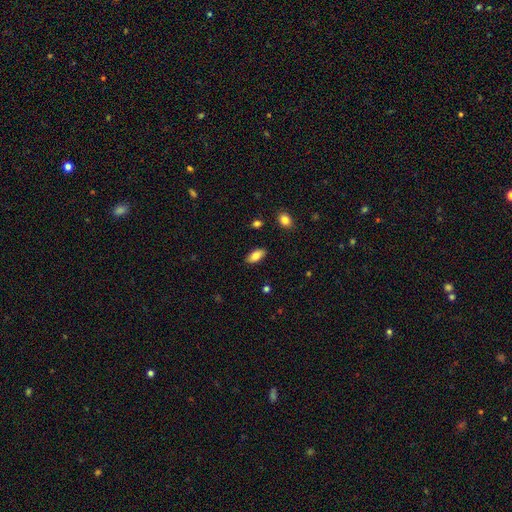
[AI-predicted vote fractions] Smooth or featured? smooth (81%)
How rounded? in between (89%)
Merging? none (87%)